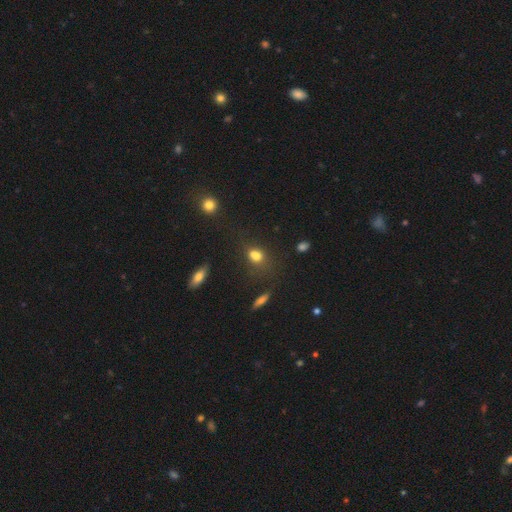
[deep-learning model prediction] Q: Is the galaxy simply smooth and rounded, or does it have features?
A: smooth — 73%.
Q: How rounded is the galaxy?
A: in between — 61%.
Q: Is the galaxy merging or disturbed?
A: none — 44%.